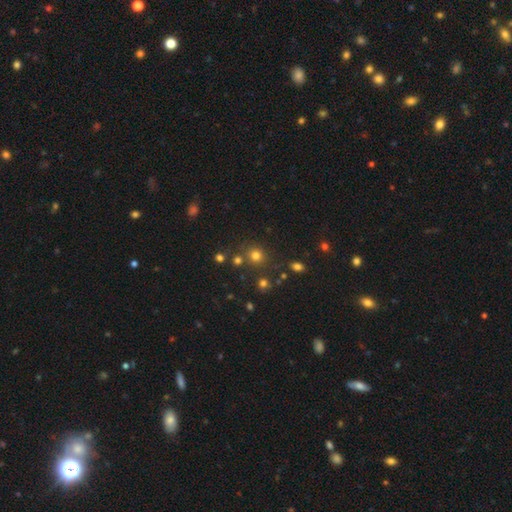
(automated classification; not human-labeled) Smooth or featured?
  - smooth: 73% *
  - star or artifact: 20%
  - featured or disk: 7%
How rounded?
  - round: 88% *
  - in between: 11%
  - cigar-shaped: 1%
Merging?
  - none: 76% *
  - merger: 11%
  - minor disturbance: 9%
  - major disturbance: 4%